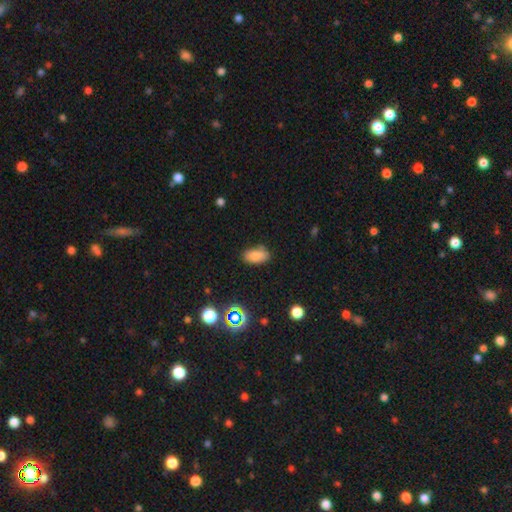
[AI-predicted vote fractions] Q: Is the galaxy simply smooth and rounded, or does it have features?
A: smooth — 79%.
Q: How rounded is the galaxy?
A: in between — 91%.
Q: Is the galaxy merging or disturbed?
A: none — 77%.